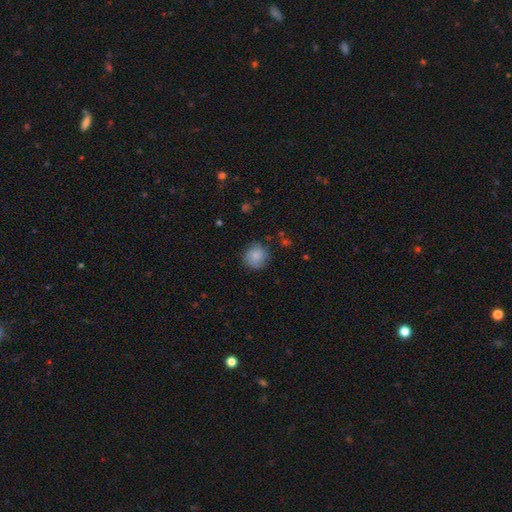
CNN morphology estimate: The model was most divided on "merging": none: 80%, minor disturbance: 15%, major disturbance: 4%, merger: 1%. More confident: how rounded — round (90%); smooth or featured — smooth (81%).